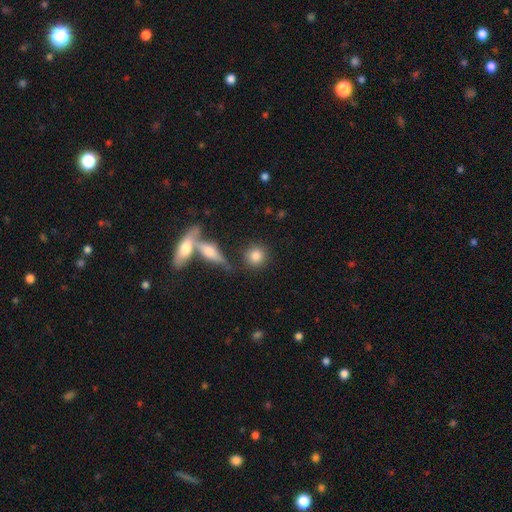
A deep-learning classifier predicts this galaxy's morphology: smooth 79%, featured or disk 13%, star or artifact 9%. Down the decision tree: how rounded — round (86%); merging — none (74%).